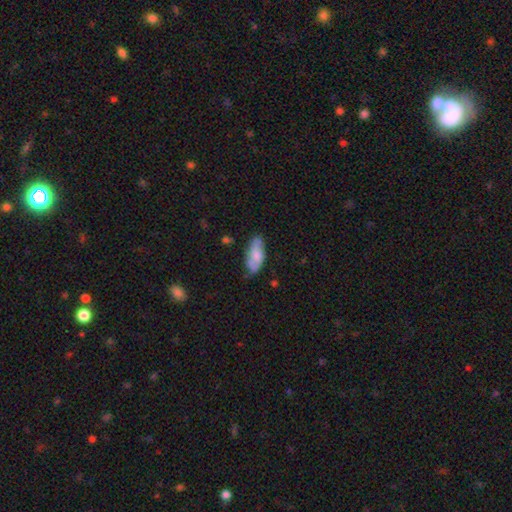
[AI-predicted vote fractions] smooth_or_featured: smooth (p=0.63) [alt: featured or disk p=0.31]
how_rounded: in between (p=0.83) [alt: cigar-shaped p=0.14]
merging: none (p=0.67) [alt: minor disturbance p=0.25]